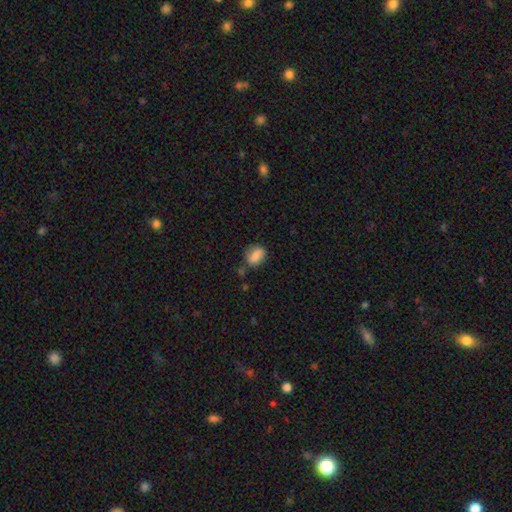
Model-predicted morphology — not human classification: The model was most divided on "how rounded": in between: 58%, round: 40%, cigar-shaped: 2%. More confident: smooth or featured — smooth (80%); merging — none (62%).